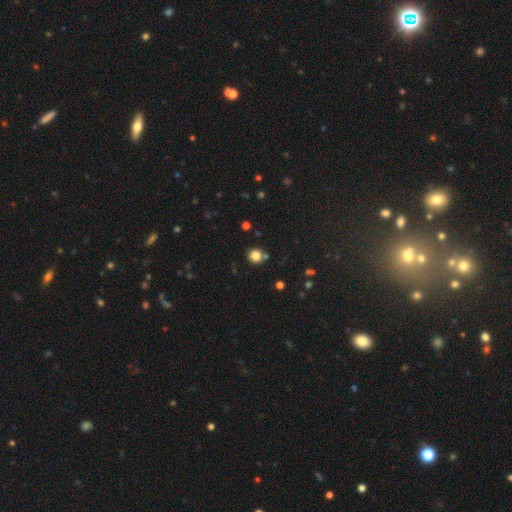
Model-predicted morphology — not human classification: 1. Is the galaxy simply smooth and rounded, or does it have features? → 82% smooth, 13% star or artifact, 5% featured or disk.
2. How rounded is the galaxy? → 92% round, 8% in between, 1% cigar-shaped.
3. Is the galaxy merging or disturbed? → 82% none, 8% minor disturbance, 8% merger, 2% major disturbance.